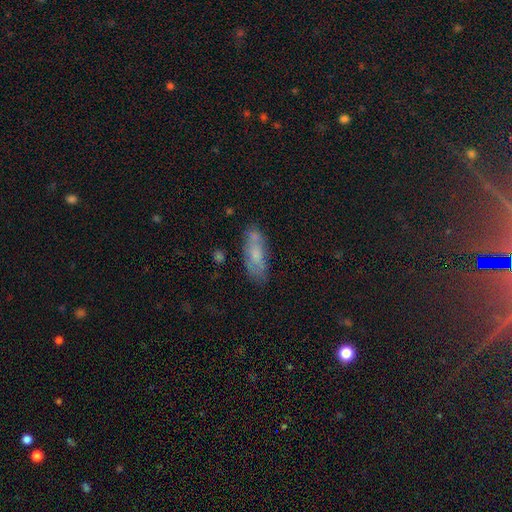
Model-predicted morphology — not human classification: Smooth or featured? smooth (66%)
How rounded? in between (68%)
Merging? none (65%)